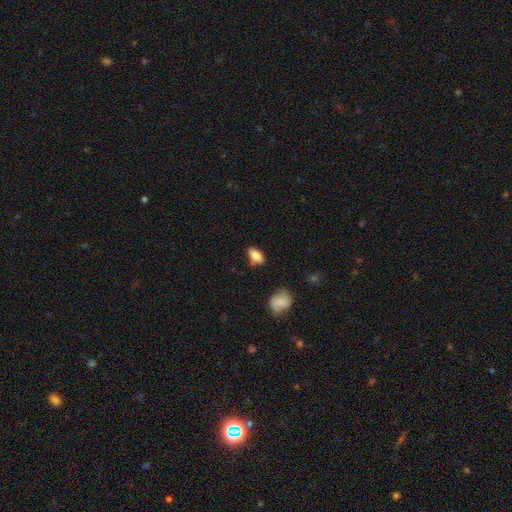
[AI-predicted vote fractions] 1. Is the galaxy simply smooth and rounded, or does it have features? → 76% smooth, 16% featured or disk, 8% star or artifact.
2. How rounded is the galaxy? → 86% in between, 9% cigar-shaped, 6% round.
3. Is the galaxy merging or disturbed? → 78% none, 16% minor disturbance, 4% major disturbance, 2% merger.